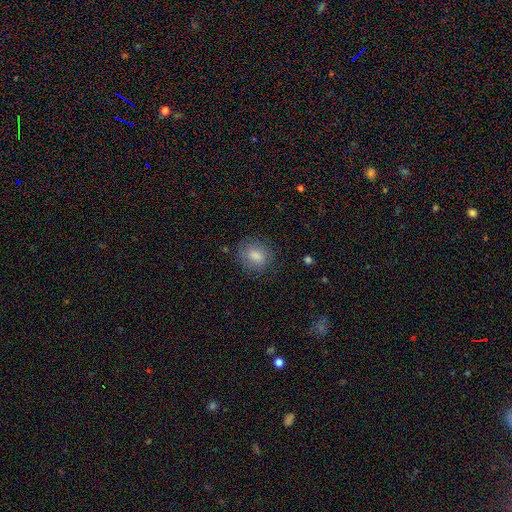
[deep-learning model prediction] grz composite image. It shows a smooth galaxy with no disk features (78%) that is round (64%). Merging: none (82%).